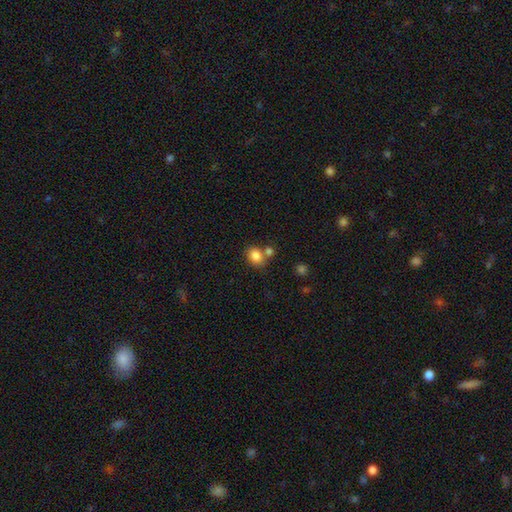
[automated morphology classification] smooth-or-featured: smooth: 83% | star or artifact: 10% | featured or disk: 7%
  how-rounded: in between: 53% | round: 46% | cigar-shaped: 1%
  merging: none: 57% | merger: 27% | minor disturbance: 12% | major disturbance: 4%